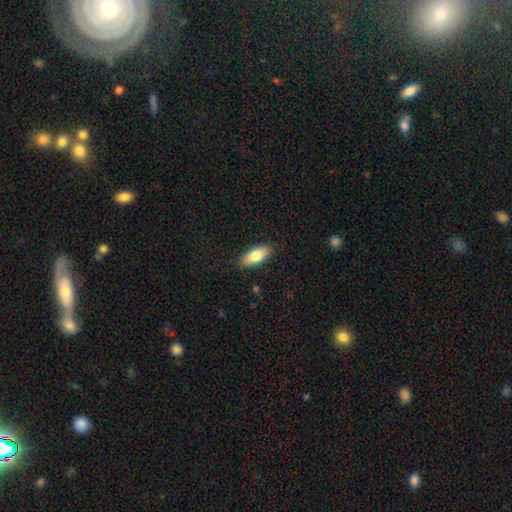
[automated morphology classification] Overall: smooth (79%). How rounded: in between (85%). Merging: none (88%).